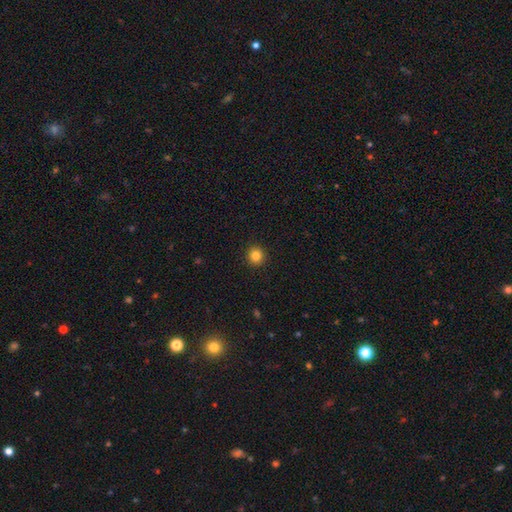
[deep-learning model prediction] This is clearly a smooth galaxy (83%). How rounded: clearly round (94%). Merging: clearly none (93%).